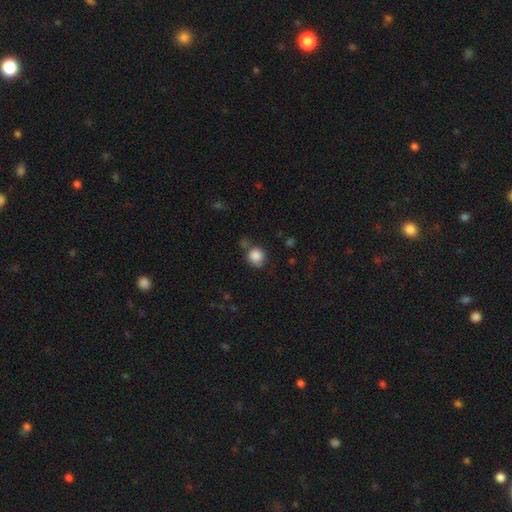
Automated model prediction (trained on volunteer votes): Q: Smooth or featured?
A: smooth (86%); runner-up: star or artifact (9%)
Q: How rounded?
A: round (86%); runner-up: in between (13%)
Q: Merging?
A: none (66%); runner-up: minor disturbance (18%)